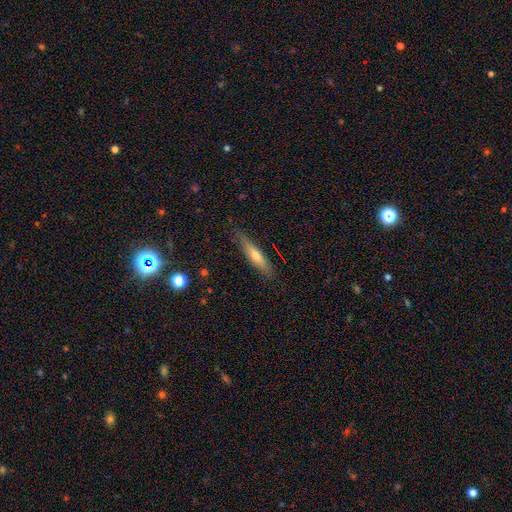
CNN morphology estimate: smooth 51%, featured or disk 43%, star or artifact 7%. Down the decision tree: how rounded — cigar-shaped (86%); merging — none (83%).